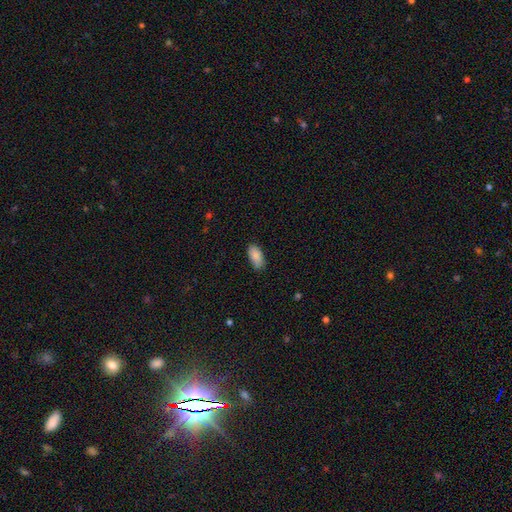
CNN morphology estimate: type=smooth (87%); roundness=in between (93%); merging=none (75%).